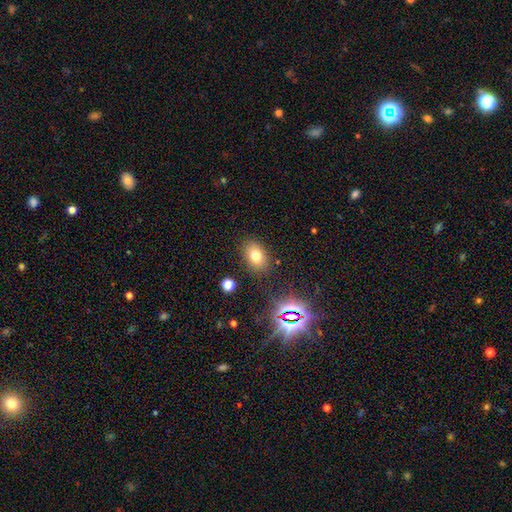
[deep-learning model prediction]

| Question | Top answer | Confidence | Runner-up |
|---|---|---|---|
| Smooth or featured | smooth | 74% | star or artifact (16%) |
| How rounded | in between | 74% | round (25%) |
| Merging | none | 84% | minor disturbance (10%) |